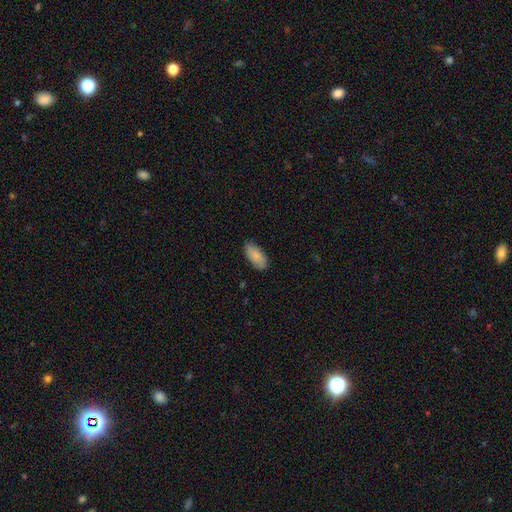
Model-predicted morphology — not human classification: type=smooth (86%); roundness=in between (90%); merging=none (81%).